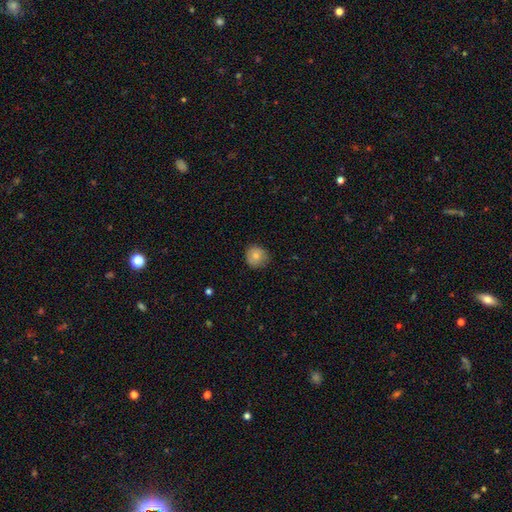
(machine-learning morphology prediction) smooth 79%, featured or disk 13%, star or artifact 8%. Down the decision tree: how rounded — round (91%); merging — none (81%).